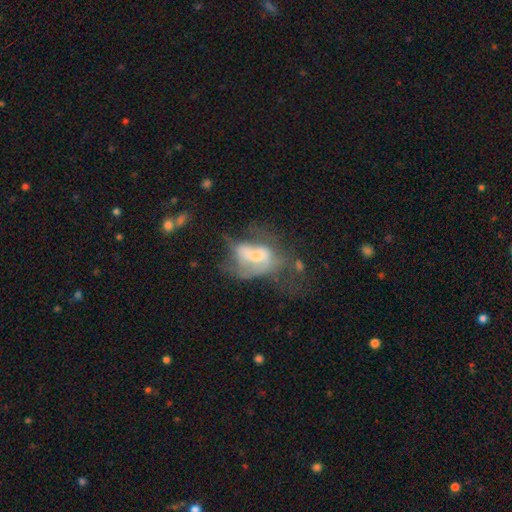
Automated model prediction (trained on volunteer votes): This appears to be a featured or disk galaxy (56%) with no bar (62%), no spiral arms (63%) and a moderate central bulge (40%). Merging: major disturbance (46%).